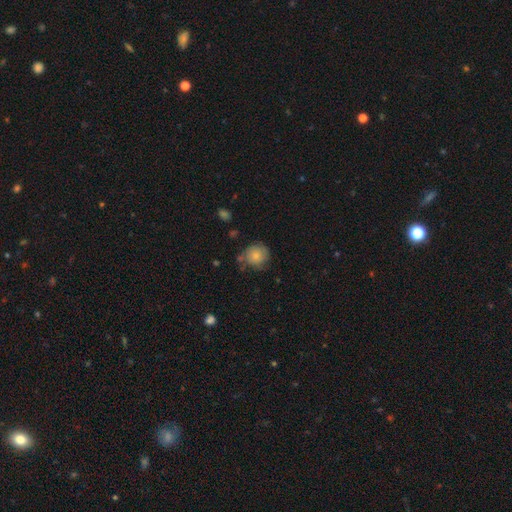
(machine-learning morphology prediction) The model was most divided on "merging": none: 63%, minor disturbance: 25%, major disturbance: 7%, merger: 5%. More confident: how rounded — round (85%); smooth or featured — smooth (77%).